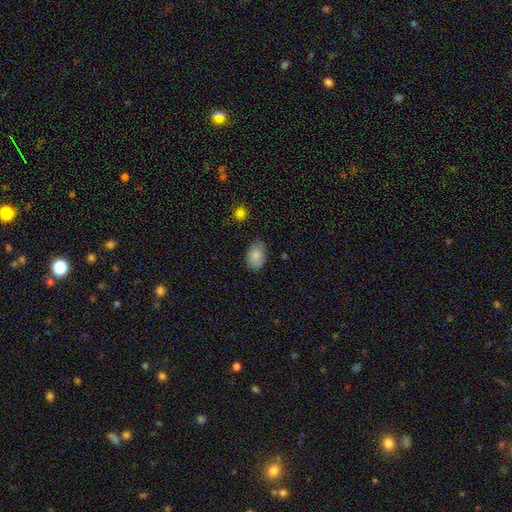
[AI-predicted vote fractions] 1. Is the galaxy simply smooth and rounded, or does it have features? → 83% smooth, 9% featured or disk, 7% star or artifact.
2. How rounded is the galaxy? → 83% in between, 16% round, 1% cigar-shaped.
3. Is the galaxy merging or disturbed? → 73% none, 21% minor disturbance, 4% major disturbance, 2% merger.